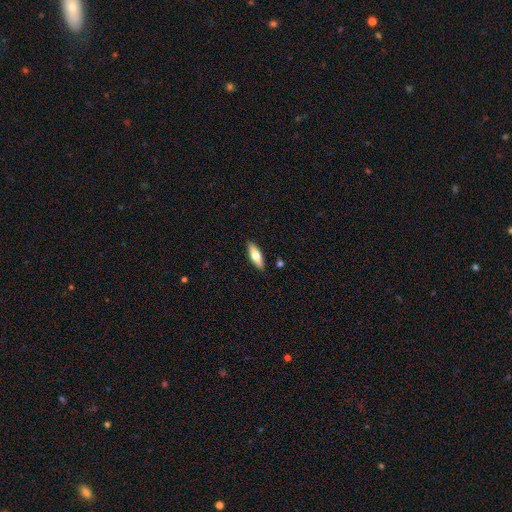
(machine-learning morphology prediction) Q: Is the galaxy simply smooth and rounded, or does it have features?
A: smooth — 61%.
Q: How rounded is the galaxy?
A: in between — 57%.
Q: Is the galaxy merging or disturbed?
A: none — 88%.